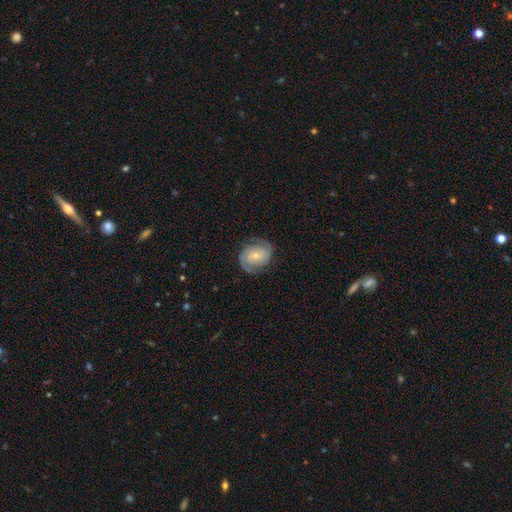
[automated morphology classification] Overall: featured or disk (80%). Edge-on disk: no (98%). Bar: no (54%; weak 36%). Spiral arms: yes (96%). Spiral arm count: 2 (86%). Spiral winding: tight (45%; medium 43%). Bulge size: small (63%; moderate 29%). Merging: none (79%).